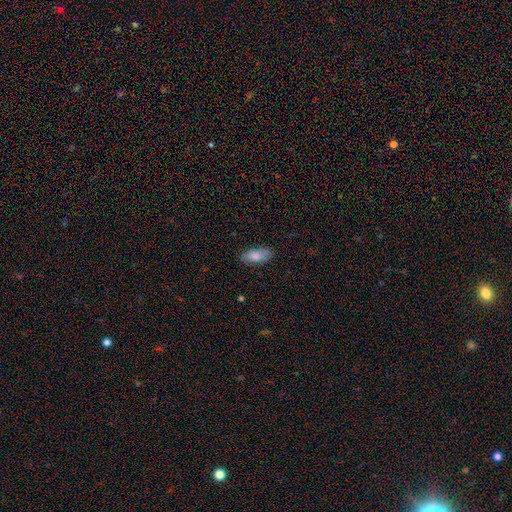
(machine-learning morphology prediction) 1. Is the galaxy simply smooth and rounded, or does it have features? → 80% smooth, 13% featured or disk, 6% star or artifact.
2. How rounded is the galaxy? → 85% in between, 13% cigar-shaped, 2% round.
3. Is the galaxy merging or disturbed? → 83% none, 13% minor disturbance, 3% major disturbance, 1% merger.